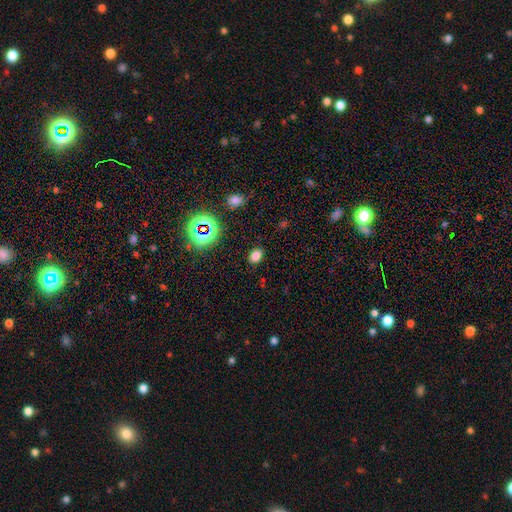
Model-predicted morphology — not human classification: smooth 74%, star or artifact 20%, featured or disk 6%. Down the decision tree: how rounded — in between (75%); merging — none (87%).